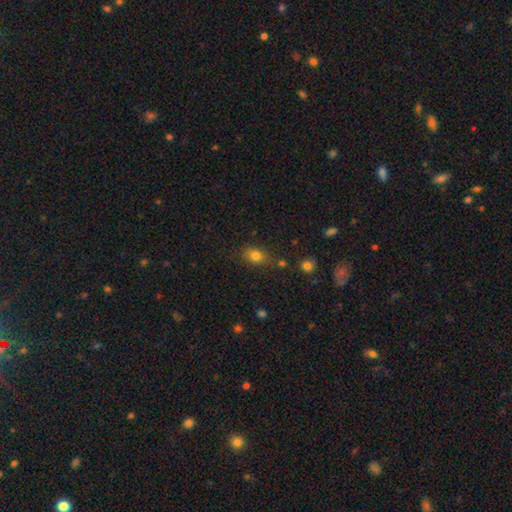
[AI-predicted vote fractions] Smooth or featured? Predicted: smooth (p=0.78). How rounded? Predicted: in between (p=0.65). Merging? Predicted: none (p=0.70).